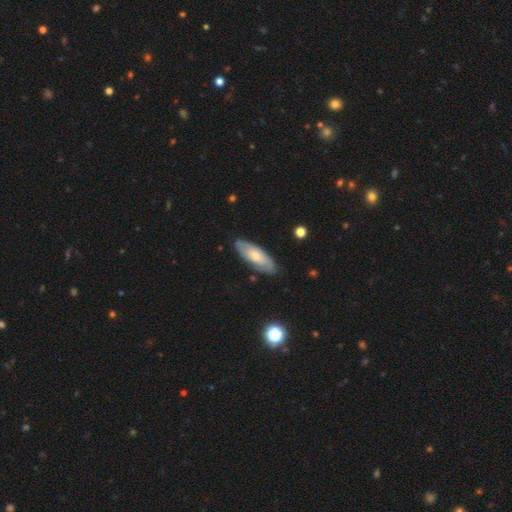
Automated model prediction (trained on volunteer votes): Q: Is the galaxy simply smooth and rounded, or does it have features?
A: smooth — 53%.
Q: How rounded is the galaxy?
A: in between — 71%.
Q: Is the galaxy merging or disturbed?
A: none — 81%.